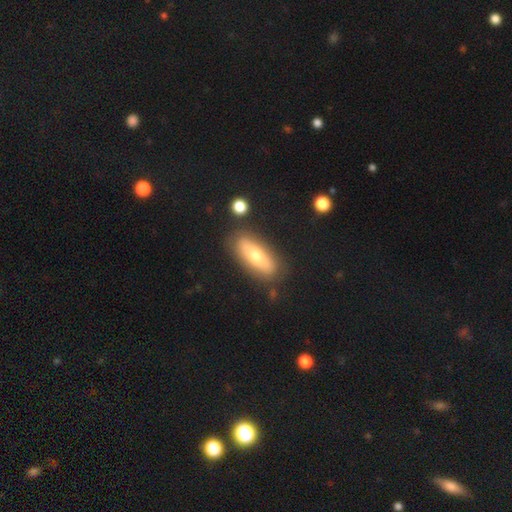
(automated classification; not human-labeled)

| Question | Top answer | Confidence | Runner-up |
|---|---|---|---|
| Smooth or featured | smooth | 56% | featured or disk (34%) |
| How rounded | in between | 62% | cigar-shaped (35%) |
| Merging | none | 82% | minor disturbance (11%) |